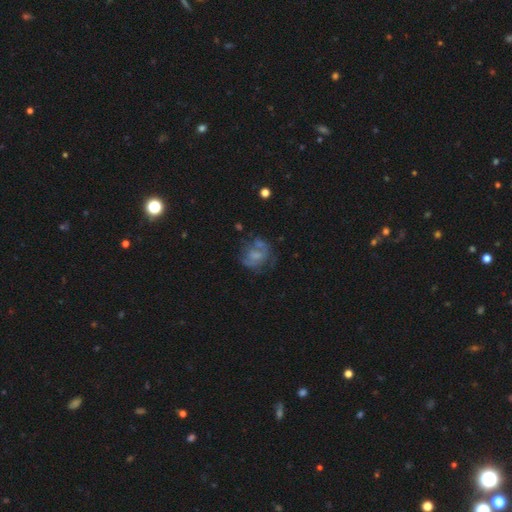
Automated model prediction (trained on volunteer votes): The model was most divided on "smooth or featured": featured or disk: 50%, smooth: 38%, star or artifact: 12%. Remaining: edge-on disk — no (98%); merging — none (44%).